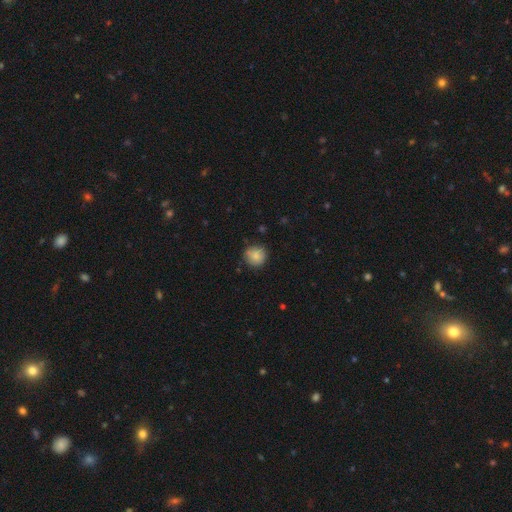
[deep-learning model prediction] This appears to be a smooth galaxy with no disk features (87%) that is round (91%). Merging: none (82%).